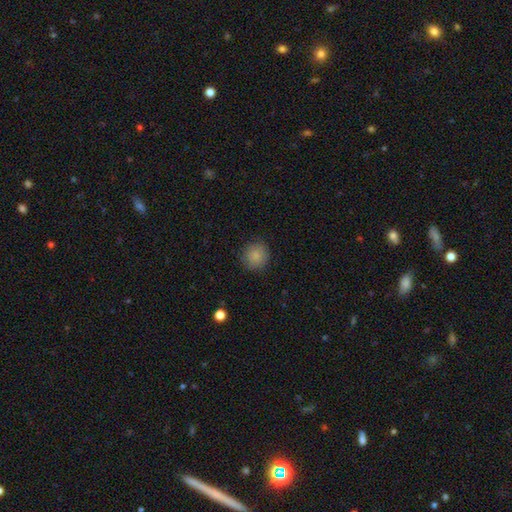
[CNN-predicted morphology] Q: Smooth or featured?
A: smooth (85%); runner-up: star or artifact (9%)
Q: How rounded?
A: round (91%); runner-up: in between (8%)
Q: Merging?
A: none (88%); runner-up: minor disturbance (9%)